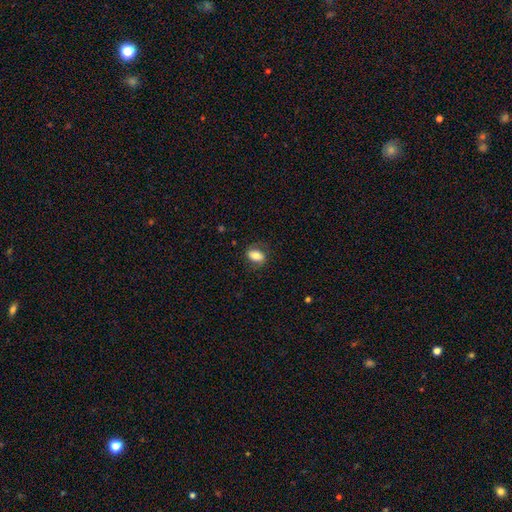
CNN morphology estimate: This appears to be a smooth galaxy with no disk features (69%) that is in between round and cigar-shaped (83%). Merging: none (75%).